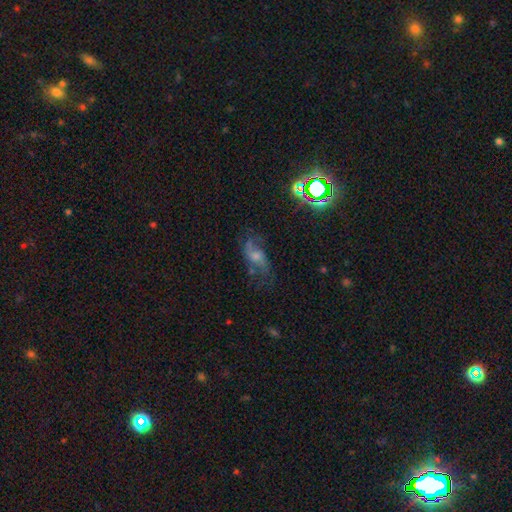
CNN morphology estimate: smooth_or_featured: featured or disk (p=0.61) [alt: smooth p=0.20]
disk_edge_on: no (p=0.92) [alt: yes p=0.08]
bar: no (p=0.62) [alt: weak p=0.31]
has_spiral_arms: yes (p=0.86) [alt: no p=0.14]
bulge_size: moderate (p=0.44) [alt: small p=0.41]
merging: none (p=0.56) [alt: minor disturbance p=0.23]